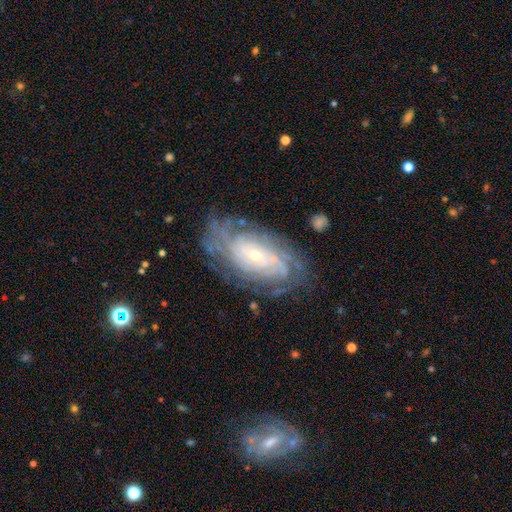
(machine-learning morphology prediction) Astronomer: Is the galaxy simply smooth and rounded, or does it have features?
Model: featured or disk — 85%.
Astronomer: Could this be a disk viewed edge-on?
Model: no — 95%.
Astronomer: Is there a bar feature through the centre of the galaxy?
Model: no — 62%.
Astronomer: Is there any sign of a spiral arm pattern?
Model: yes — 95%.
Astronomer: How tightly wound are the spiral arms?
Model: tight — 75%.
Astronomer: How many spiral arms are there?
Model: can't tell — 38% (runner-up: 4, 20%).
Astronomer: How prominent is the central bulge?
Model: small — 77%.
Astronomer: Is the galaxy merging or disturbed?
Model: none — 77%.